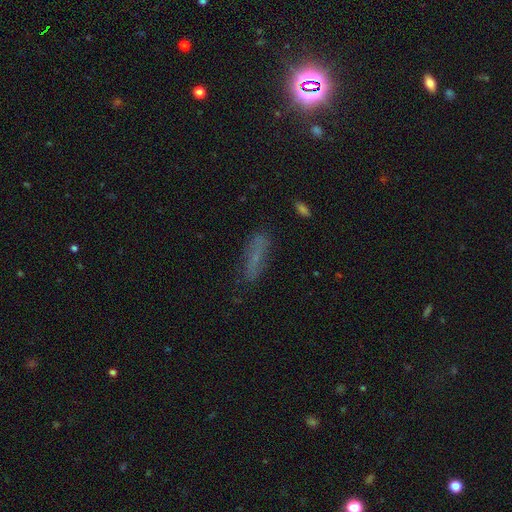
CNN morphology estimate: smooth-or-featured: smooth: 55% | featured or disk: 29% | star or artifact: 17%
  how-rounded: cigar-shaped: 63% | in between: 34% | round: 3%
  merging: none: 70% | minor disturbance: 19% | major disturbance: 8% | merger: 3%